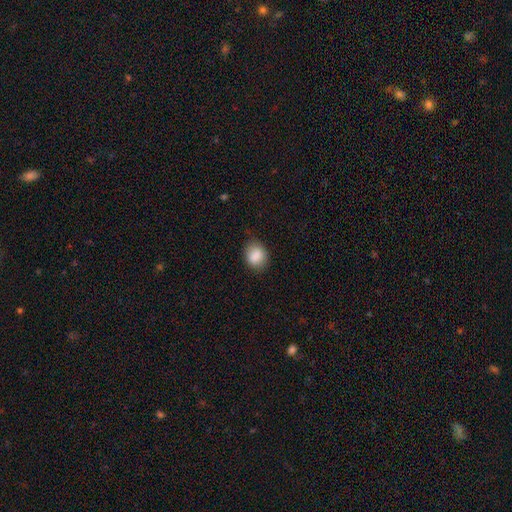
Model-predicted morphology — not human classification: A smooth galaxy with no disk features (87%) that is in between round and cigar-shaped (55%).

Vote fractions:
- Smooth or featured? smooth: 87% / star or artifact: 8% / featured or disk: 5%
- How rounded? in between: 55% / round: 44% / cigar-shaped: 1%
- Merging? none: 79% / minor disturbance: 16% / major disturbance: 4% / merger: 1%